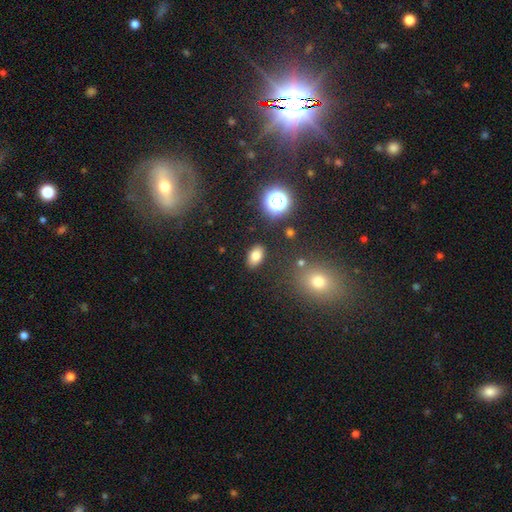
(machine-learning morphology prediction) smooth 78%, star or artifact 13%, featured or disk 9%. Down the decision tree: how rounded — in between (87%); merging — none (86%).